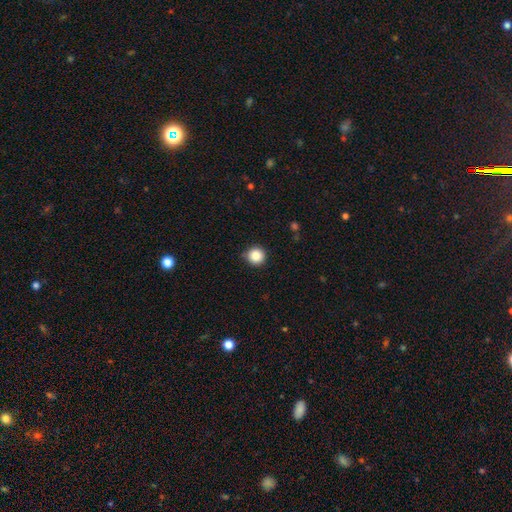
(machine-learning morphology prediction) Smooth or featured? Predicted: smooth (p=0.86). How rounded? Predicted: round (p=0.95). Merging? Predicted: none (p=0.87).